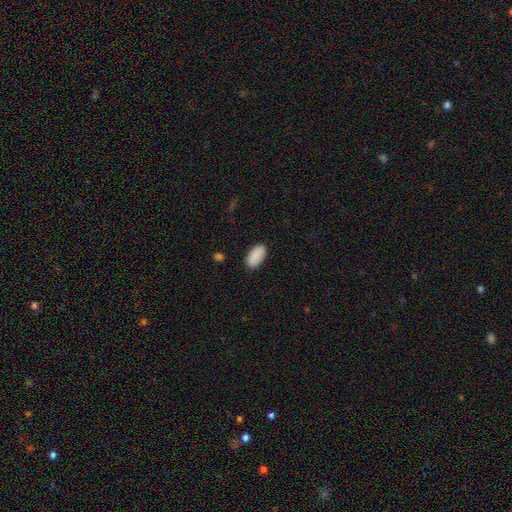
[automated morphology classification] smooth 91%, star or artifact 6%, featured or disk 3%. Down the decision tree: how rounded — in between (95%); merging — none (87%).